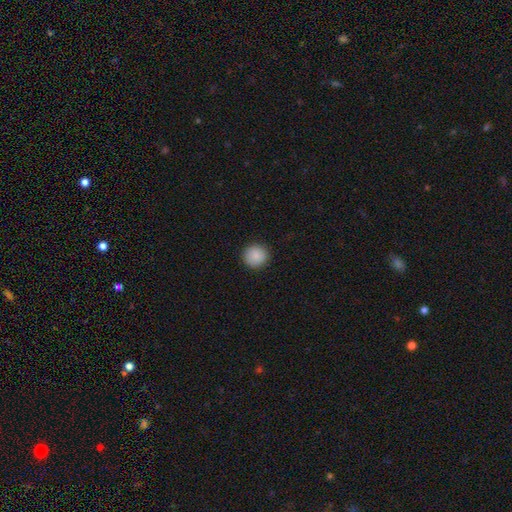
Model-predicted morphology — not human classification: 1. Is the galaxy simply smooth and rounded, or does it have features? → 89% smooth, 8% star or artifact, 4% featured or disk.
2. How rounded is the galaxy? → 94% round, 5% in between, 1% cigar-shaped.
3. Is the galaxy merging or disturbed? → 92% none, 6% minor disturbance, 2% major disturbance, 1% merger.